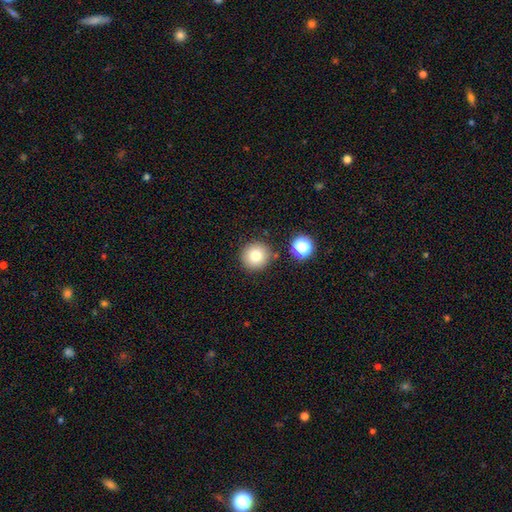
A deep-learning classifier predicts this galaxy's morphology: Smooth or featured: smooth — 80% (star or artifact — 12%)
How rounded: round — 95% (in between — 4%)
Merging: none — 86% (minor disturbance — 7%)